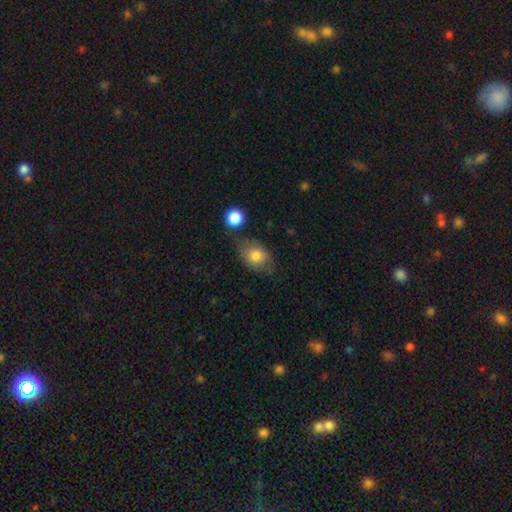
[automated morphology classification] Smooth or featured: smooth — 76% (featured or disk — 16%)
How rounded: in between — 74% (round — 24%)
Merging: none — 56% (minor disturbance — 25%)